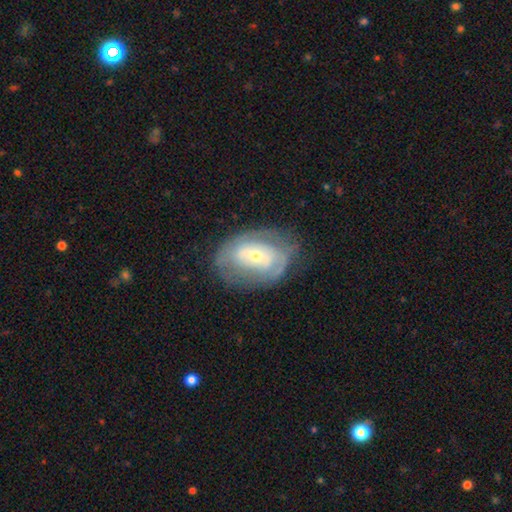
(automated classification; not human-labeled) smooth_or_featured: featured or disk (p=0.66) [alt: smooth p=0.27]
disk_edge_on: no (p=0.95) [alt: yes p=0.05]
bar: no (p=0.54) [alt: weak p=0.32]
has_spiral_arms: yes (p=0.63) [alt: no p=0.37]
bulge_size: small (p=0.52) [alt: moderate p=0.42]
merging: none (p=0.63) [alt: minor disturbance p=0.23]